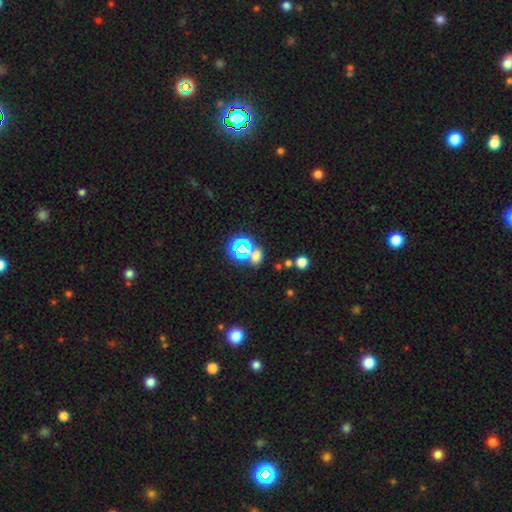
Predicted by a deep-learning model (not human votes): Morphology: type=smooth (48%); merging=none (58%).